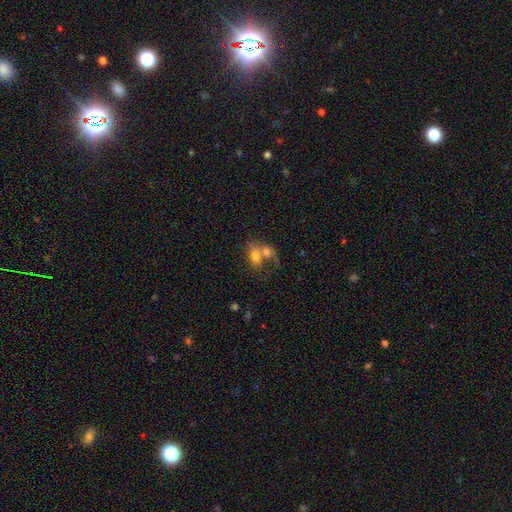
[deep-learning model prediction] This appears to be a smooth galaxy with no disk features (66%) that is in between round and cigar-shaped (63%). Merging: merger (73%).